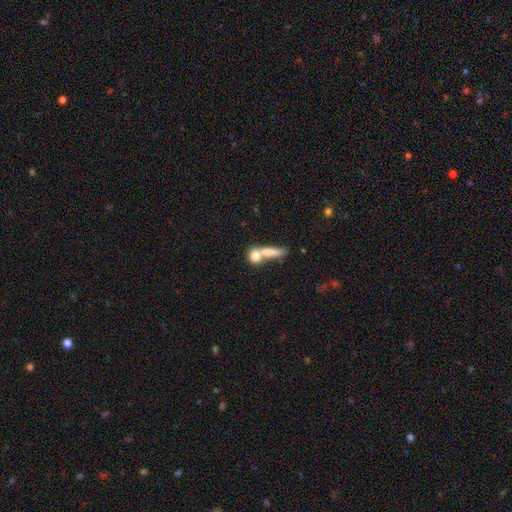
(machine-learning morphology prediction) Overall: smooth (76%). How rounded: round (44%; in between 33%). Merging: merger (53%; none 32%).